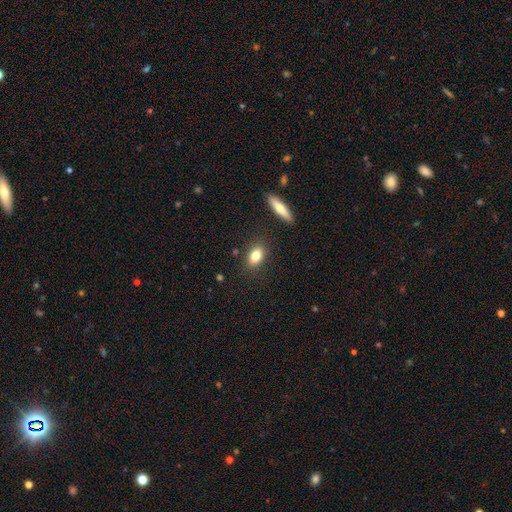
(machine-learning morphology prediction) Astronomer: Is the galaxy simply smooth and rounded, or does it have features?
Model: smooth — 79%.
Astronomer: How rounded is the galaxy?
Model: in between — 83%.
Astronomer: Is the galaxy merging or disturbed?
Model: none — 83%.